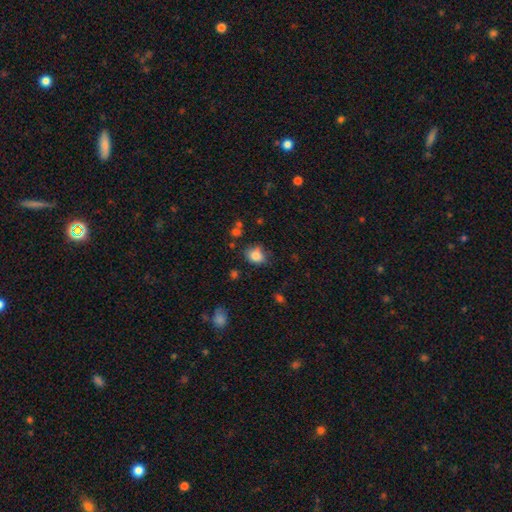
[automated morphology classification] Overall: smooth (83%). How rounded: in between (50%; round 49%). Merging: none (69%).